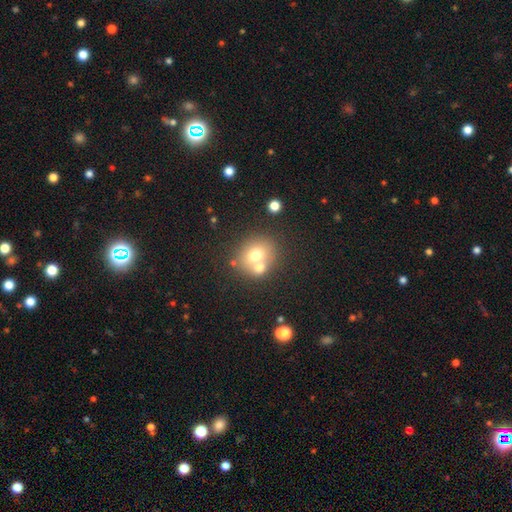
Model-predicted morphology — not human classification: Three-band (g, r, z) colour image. It shows a smooth galaxy with no disk features (67%) that is round (69%). Merging: none (46%).